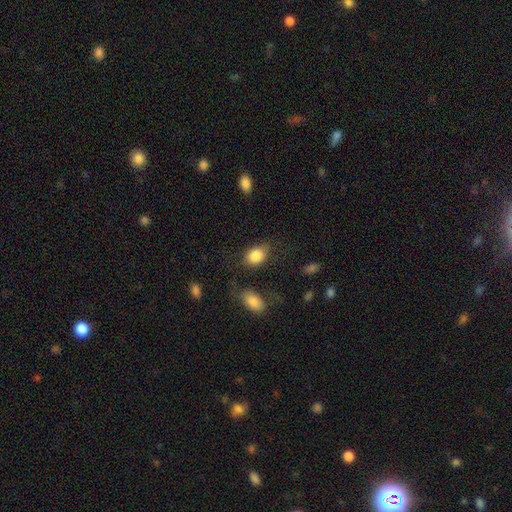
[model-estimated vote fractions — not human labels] Smooth or featured? Predicted: smooth (p=0.86). How rounded? Predicted: in between (p=0.70). Merging? Predicted: none (p=0.65).